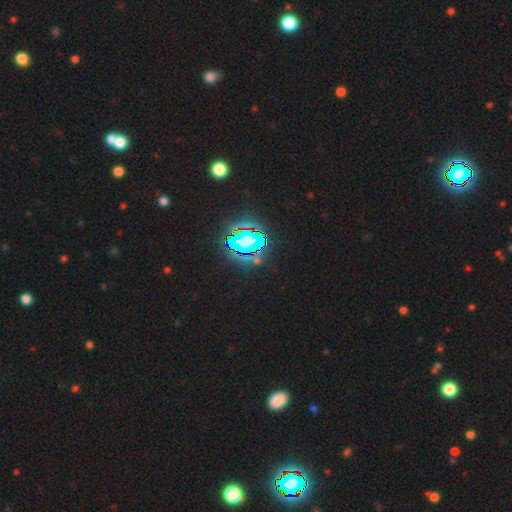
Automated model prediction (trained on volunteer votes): Q: Smooth or featured?
A: star or artifact (84%); runner-up: smooth (10%)